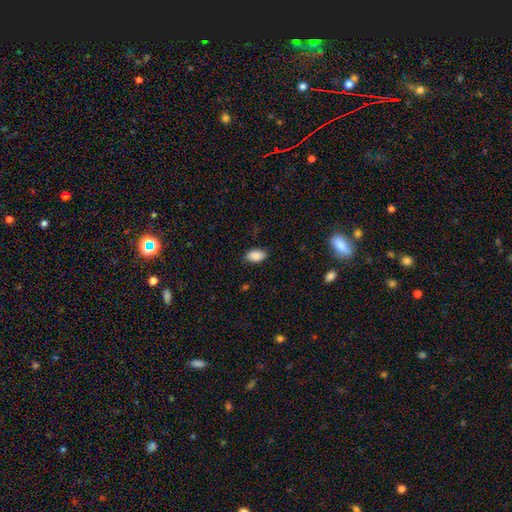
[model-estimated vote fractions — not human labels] Smooth or featured? smooth (88%)
How rounded? in between (93%)
Merging? none (81%)